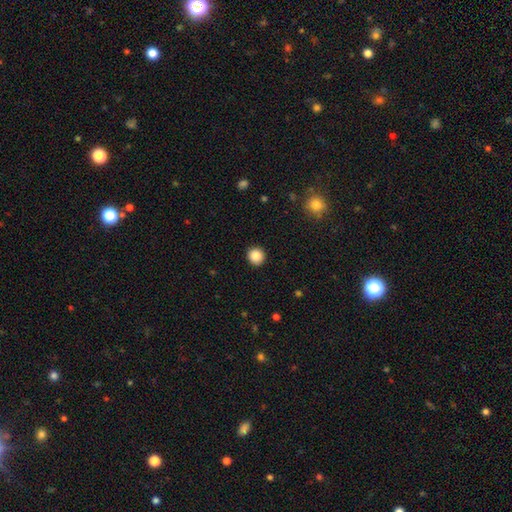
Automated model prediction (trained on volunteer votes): Q: Smooth or featured?
A: smooth (87%); runner-up: star or artifact (10%)
Q: How rounded?
A: round (94%); runner-up: in between (5%)
Q: Merging?
A: none (93%); runner-up: minor disturbance (5%)